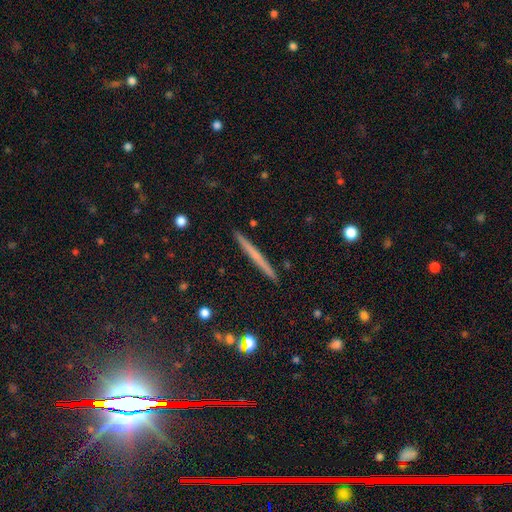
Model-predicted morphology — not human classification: Smooth or featured? Predicted: smooth (p=0.49). Merging? Predicted: none (p=0.92).